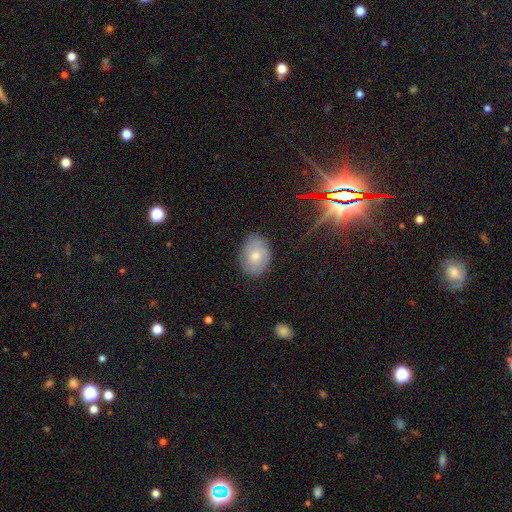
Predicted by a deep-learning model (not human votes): Smooth or featured? Predicted: smooth (p=0.65). How rounded? Predicted: in between (p=0.73). Merging? Predicted: none (p=0.77).